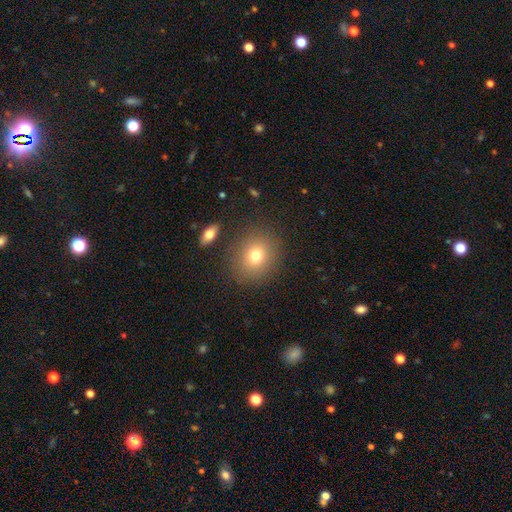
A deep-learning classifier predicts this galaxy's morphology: The model was most divided on "how rounded": round: 70%, in between: 29%, cigar-shaped: 1%. More confident: merging — none (84%); smooth or featured — smooth (75%).